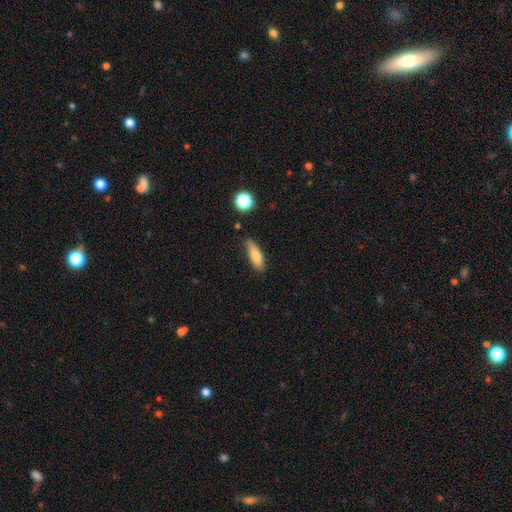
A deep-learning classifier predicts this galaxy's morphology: Overall: smooth (81%). How rounded: in between (52%; cigar-shaped 46%). Merging: none (68%).